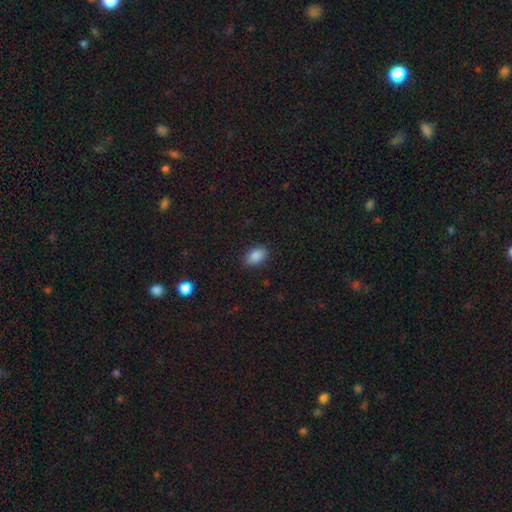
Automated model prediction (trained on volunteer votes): Smooth or featured?
  - smooth: 88% *
  - star or artifact: 8%
  - featured or disk: 3%
How rounded?
  - in between: 91% *
  - round: 7%
  - cigar-shaped: 2%
Merging?
  - none: 87% *
  - minor disturbance: 10%
  - major disturbance: 3%
  - merger: 1%